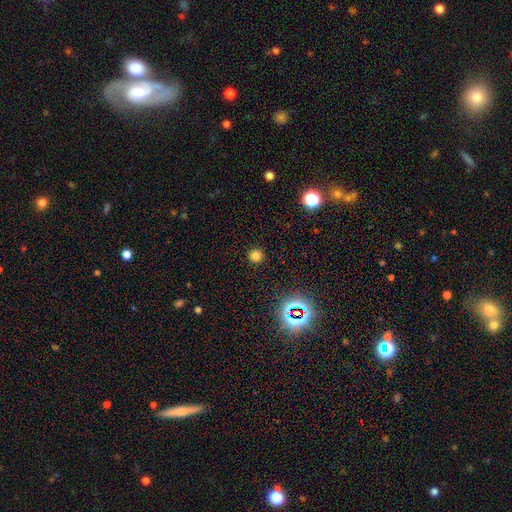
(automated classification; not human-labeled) A smooth galaxy with no disk features (74%) that is round (94%). Merging: none (91%).